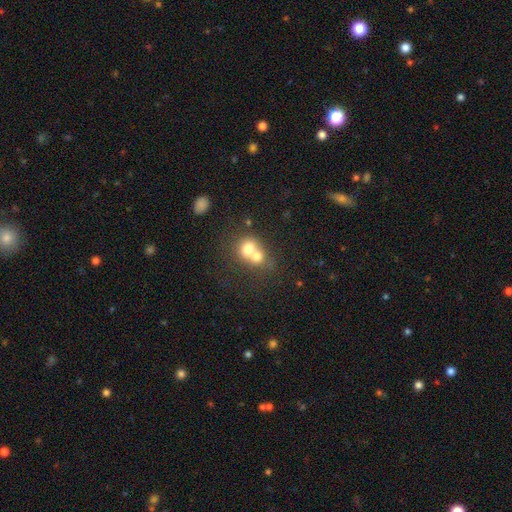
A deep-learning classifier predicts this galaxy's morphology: Smooth or featured?
  - smooth: 62% *
  - featured or disk: 23%
  - star or artifact: 15%
How rounded?
  - round: 73% *
  - in between: 26%
  - cigar-shaped: 1%
Merging?
  - merger: 64% *
  - none: 27%
  - minor disturbance: 6%
  - major disturbance: 4%